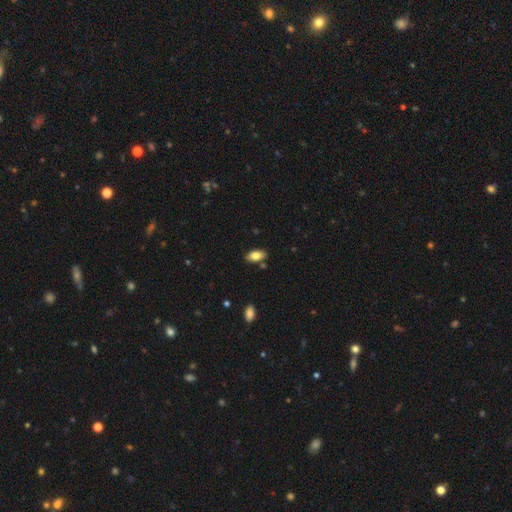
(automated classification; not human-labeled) Overall: smooth (81%). How rounded: in between (93%). Merging: none (83%).